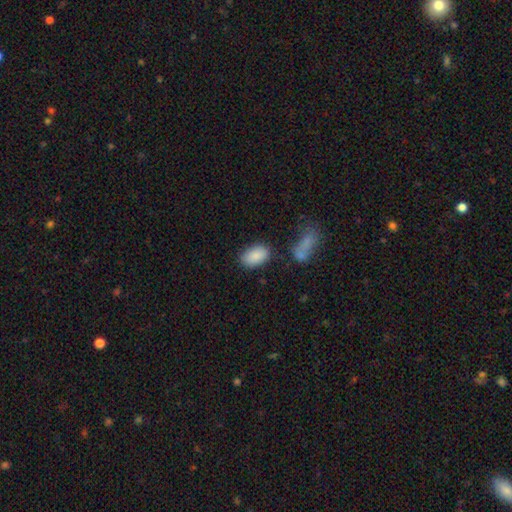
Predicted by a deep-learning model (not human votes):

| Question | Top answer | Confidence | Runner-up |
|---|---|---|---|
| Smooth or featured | smooth | 89% | star or artifact (7%) |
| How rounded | in between | 93% | round (6%) |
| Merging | none | 79% | minor disturbance (12%) |